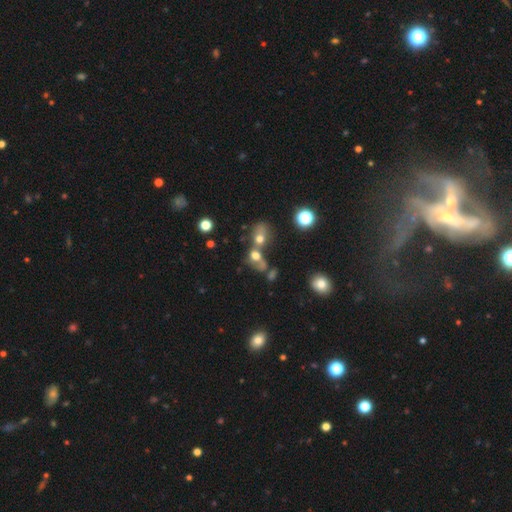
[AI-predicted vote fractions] smooth_or_featured: smooth (p=0.58) [alt: featured or disk p=0.23]
how_rounded: in between (p=0.49) [alt: round p=0.48]
merging: merger (p=0.65) [alt: none p=0.17]